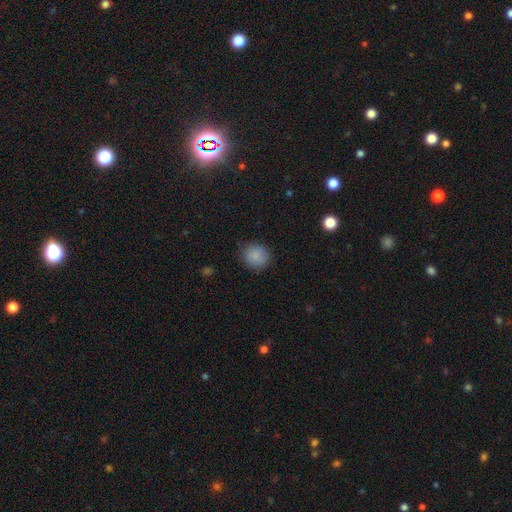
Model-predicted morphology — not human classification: Overall: smooth (86%). How rounded: round (81%). Merging: none (84%).